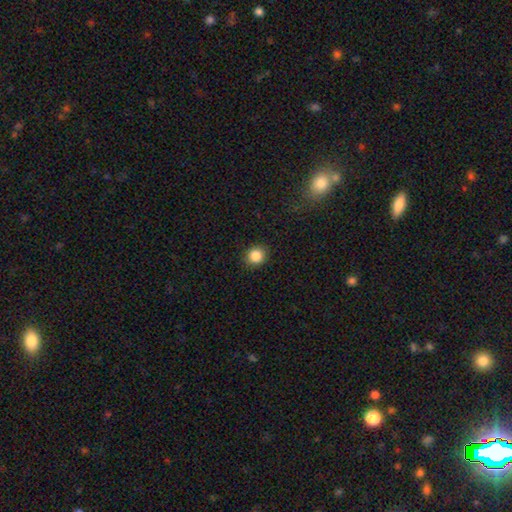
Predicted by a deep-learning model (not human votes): smooth 85%, star or artifact 10%, featured or disk 4%. Down the decision tree: how rounded — round (86%); merging — none (90%).